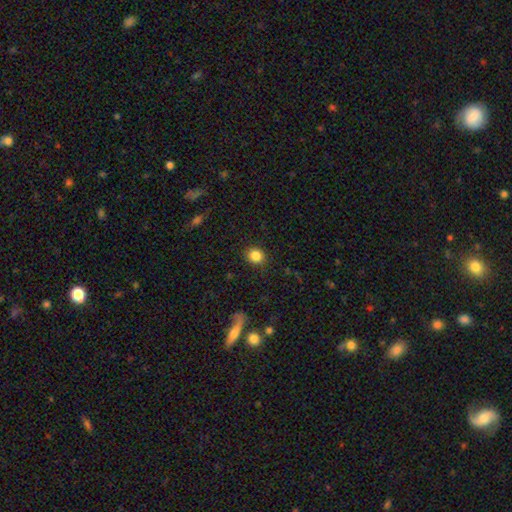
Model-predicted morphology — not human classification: smooth 85%, star or artifact 10%, featured or disk 5%. Down the decision tree: how rounded — round (78%); merging — none (90%).